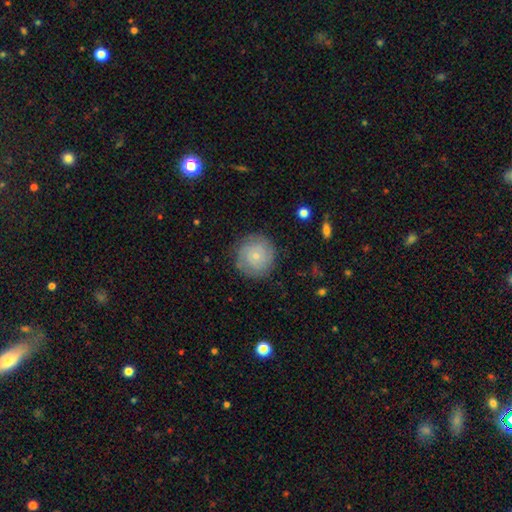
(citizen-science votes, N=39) Overall: featured or disk (54%; smooth 36%). Edge-on disk: no (100%). Bar: no (86%). Spiral arms: yes (71%). Spiral arm count: 2 (47%; can't tell 33%). Spiral winding: tight (87%). Bulge size: small (81%). Merging: none (74%).